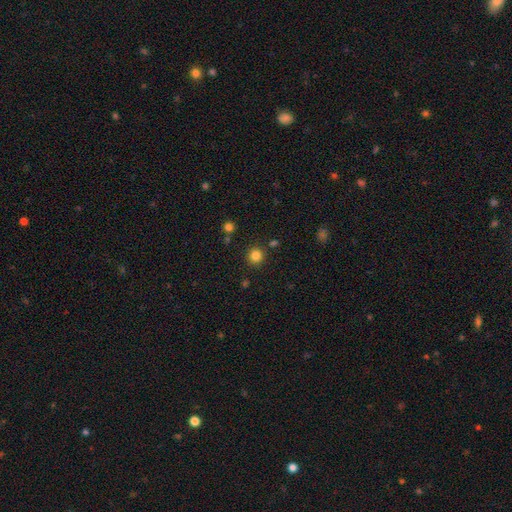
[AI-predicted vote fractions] A smooth galaxy with no disk features (82%) that is round (93%).

Vote fractions:
- Smooth or featured? smooth: 82% / star or artifact: 13% / featured or disk: 5%
- How rounded? round: 93% / in between: 6% / cigar-shaped: 1%
- Merging? none: 89% / minor disturbance: 6% / merger: 3% / major disturbance: 2%